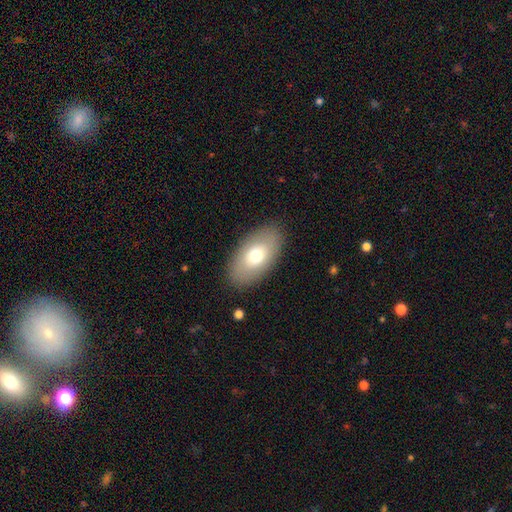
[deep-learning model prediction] Q: Smooth or featured?
A: smooth (69%); runner-up: featured or disk (24%)
Q: How rounded?
A: in between (93%); runner-up: round (5%)
Q: Merging?
A: none (87%); runner-up: minor disturbance (9%)